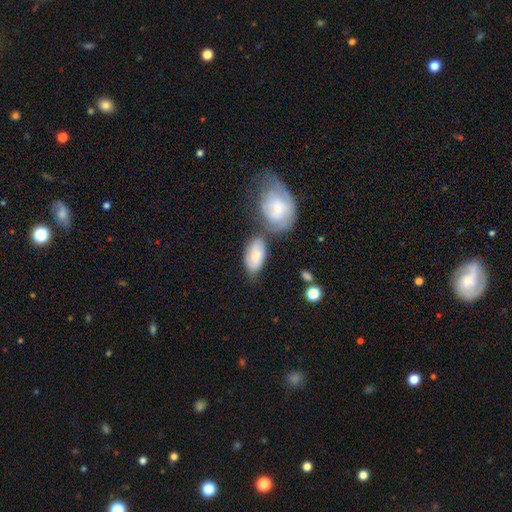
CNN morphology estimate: This appears to be a smooth galaxy with no disk features (62%) that is in between round and cigar-shaped (91%). Merging: none (49%).